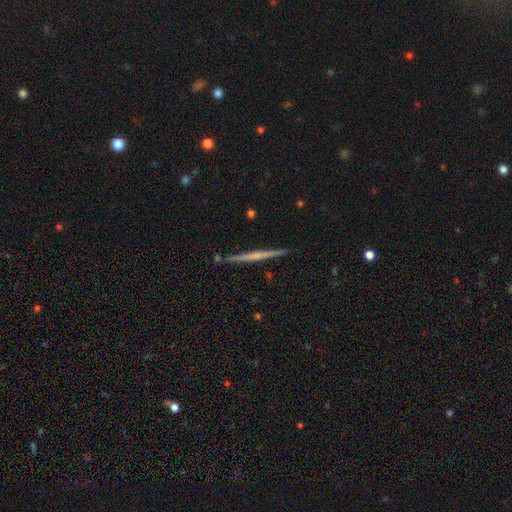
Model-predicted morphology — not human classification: Smooth or featured? Predicted: featured or disk (p=0.63). Edge-on disk? Predicted: yes (p=0.98). Edge-on bulge? Predicted: none (p=0.75). Merging? Predicted: none (p=0.90).